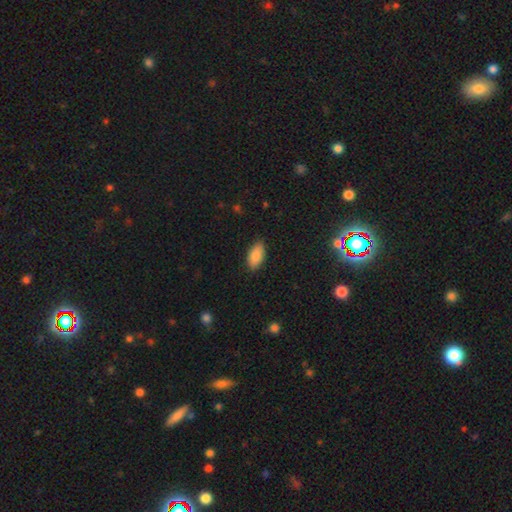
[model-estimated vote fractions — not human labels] Morphology: type=smooth (87%); roundness=in between (93%); merging=none (86%).